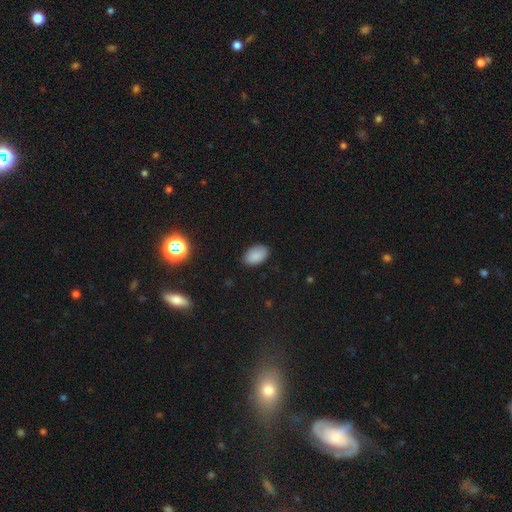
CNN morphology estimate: smooth_or_featured: smooth (p=0.87) [alt: star or artifact p=0.09]
how_rounded: in between (p=0.92) [alt: round p=0.07]
merging: none (p=0.84) [alt: minor disturbance p=0.12]